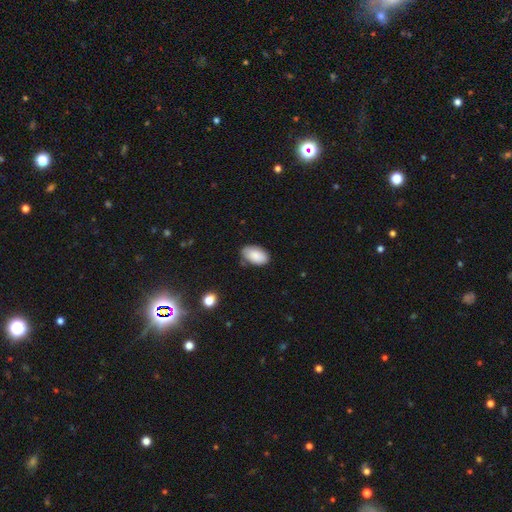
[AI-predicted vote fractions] This is clearly a smooth galaxy (87%). How rounded: clearly in between (95%). Merging: likely none (76%).